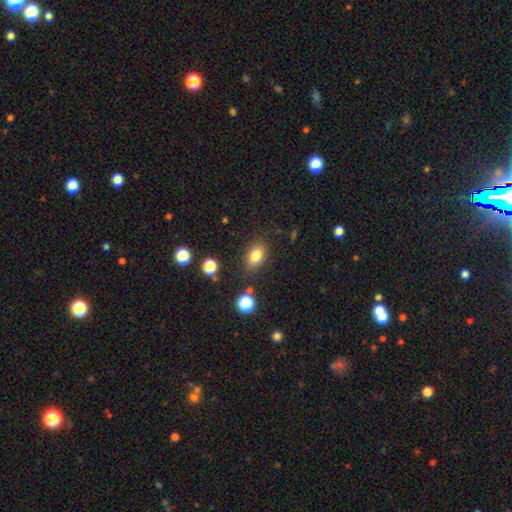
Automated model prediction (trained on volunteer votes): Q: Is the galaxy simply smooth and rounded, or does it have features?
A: smooth — 81%.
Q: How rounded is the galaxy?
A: in between — 77%.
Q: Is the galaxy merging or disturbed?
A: none — 79%.